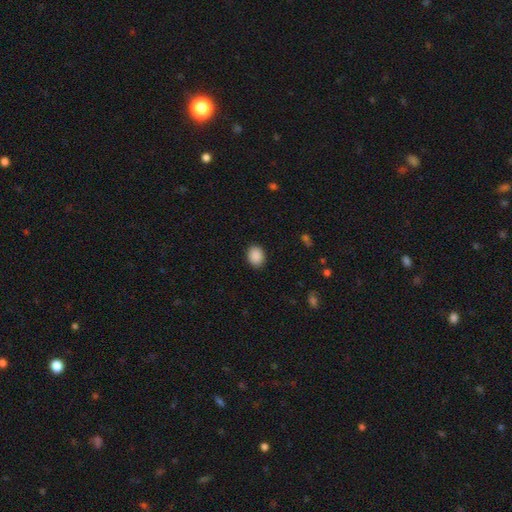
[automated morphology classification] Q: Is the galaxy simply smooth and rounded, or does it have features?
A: smooth — 90%.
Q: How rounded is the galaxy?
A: in between — 57%.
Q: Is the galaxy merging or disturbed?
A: none — 89%.